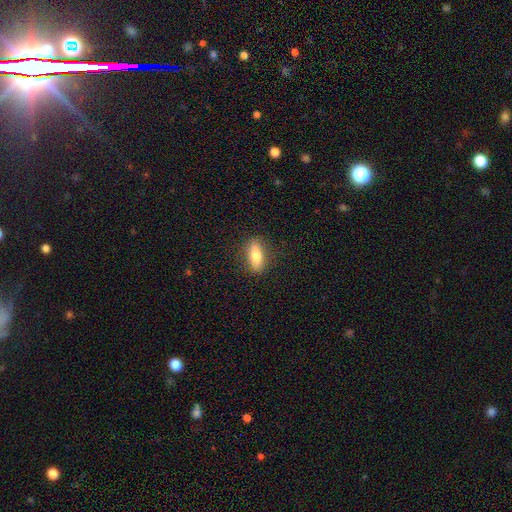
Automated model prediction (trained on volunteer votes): This appears to be a smooth galaxy with no disk features (73%) that is in between round and cigar-shaped (67%). Merging: none (85%).